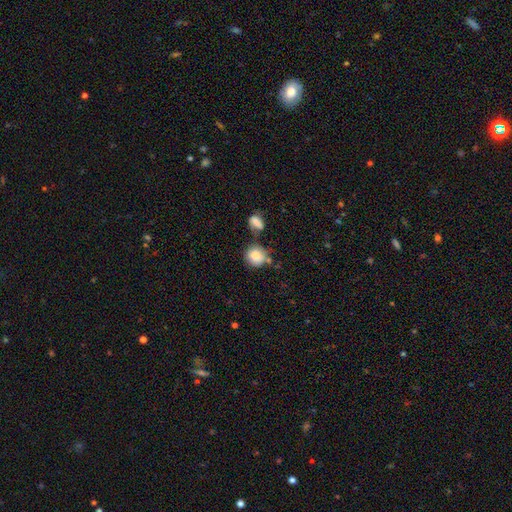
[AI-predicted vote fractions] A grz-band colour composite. It shows a smooth galaxy with no disk features (81%) that is round (88%). Merging: none (64%).